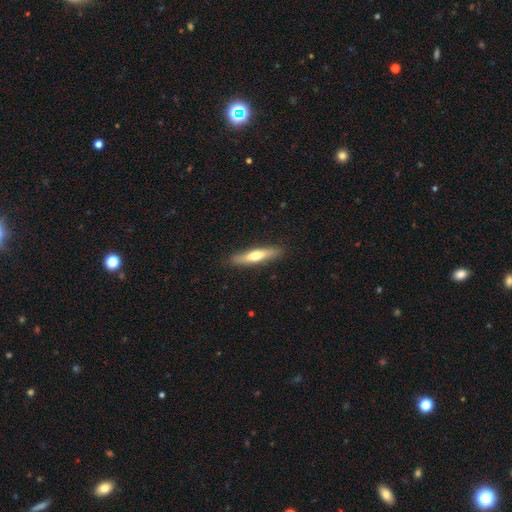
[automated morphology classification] Smooth or featured? smooth (54%)
How rounded? cigar-shaped (83%)
Merging? none (88%)